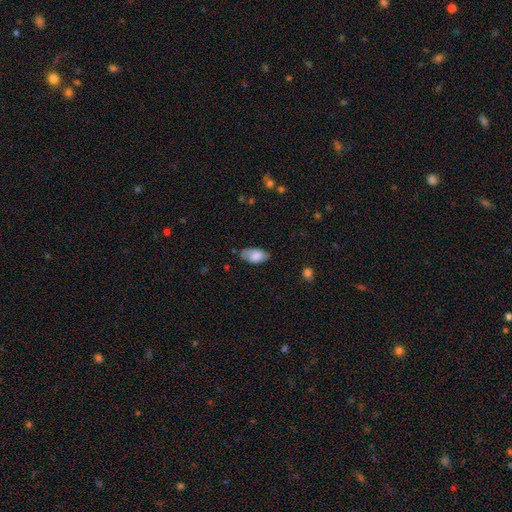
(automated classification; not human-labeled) The model was most divided on "merging": none: 67%, minor disturbance: 26%, major disturbance: 5%, merger: 2%. More confident: how rounded — in between (94%); smooth or featured — smooth (78%).